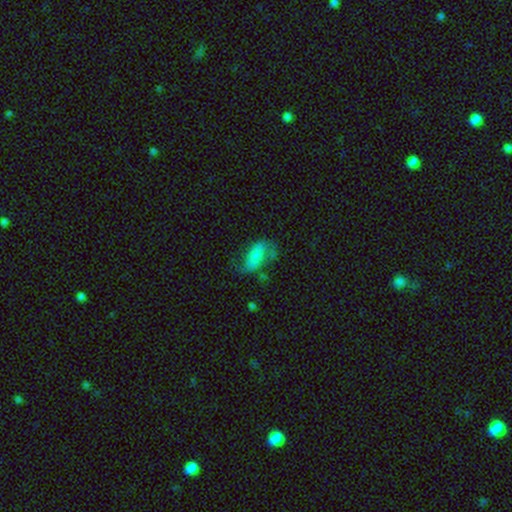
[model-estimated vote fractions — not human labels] This is possibly a smooth galaxy (52%). How rounded: clearly in between (88%). Merging: possibly none (45%).